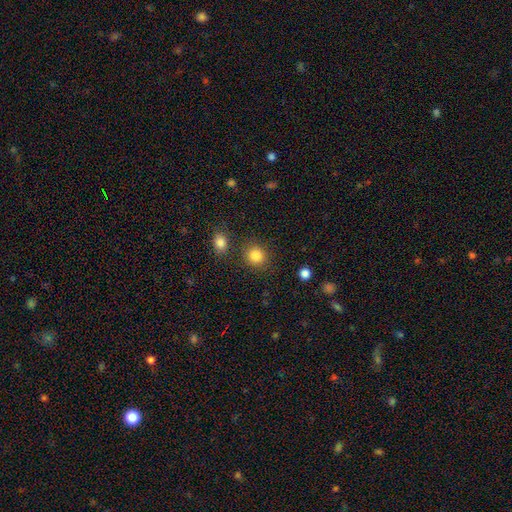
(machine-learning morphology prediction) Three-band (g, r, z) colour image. It shows a smooth galaxy with no disk features (85%) that is round (85%). Merging: none (83%).